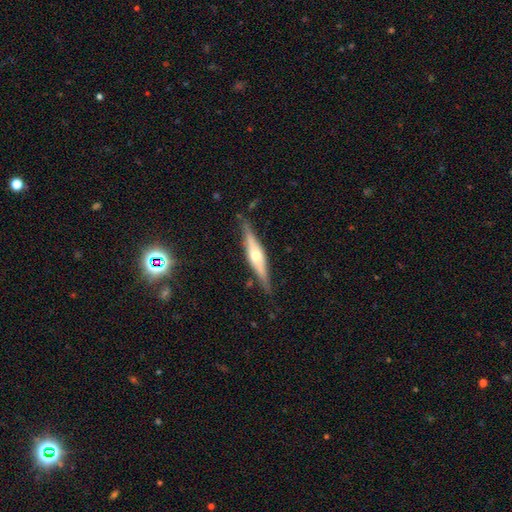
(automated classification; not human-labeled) Overall: featured or disk (69%). Edge-on disk: yes (95%). Edge-on bulge: rounded (86%). Merging: none (84%).